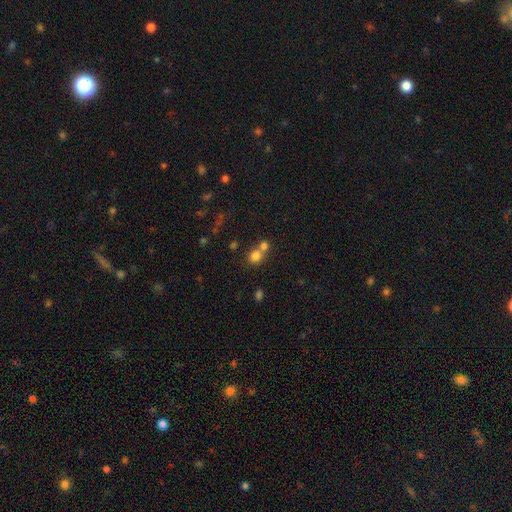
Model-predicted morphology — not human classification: A smooth galaxy with no disk features (78%) that is round (81%). Merging: merger (47%).